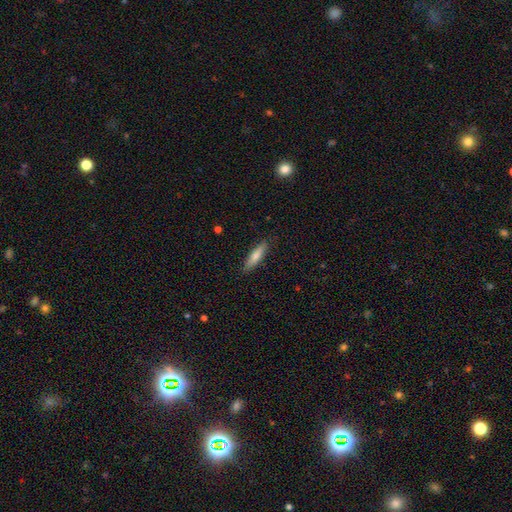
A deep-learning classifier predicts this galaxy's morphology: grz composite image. It shows a smooth galaxy with no disk features (69%) that is cigar-shaped (80%). Merging: none (88%).